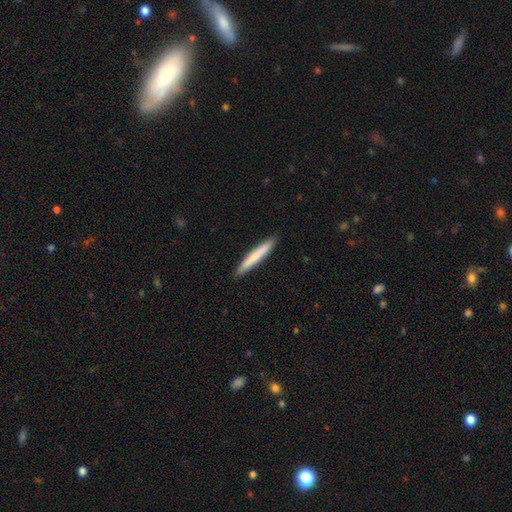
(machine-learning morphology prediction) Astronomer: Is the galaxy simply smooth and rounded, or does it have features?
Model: smooth — 74%.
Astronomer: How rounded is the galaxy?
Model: cigar-shaped — 96%.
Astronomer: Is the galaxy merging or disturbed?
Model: none — 91%.